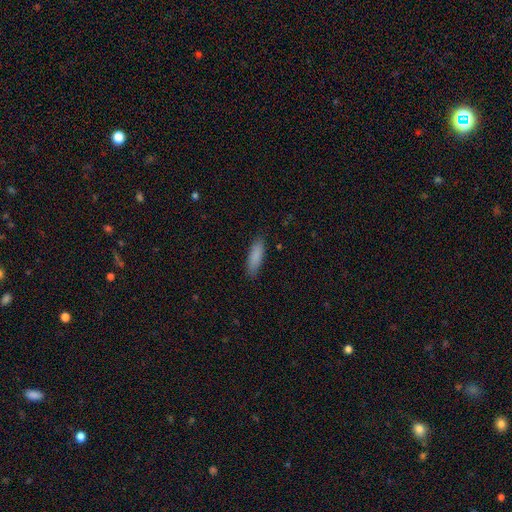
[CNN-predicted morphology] Smooth or featured: smooth — 87% (featured or disk — 7%)
How rounded: cigar-shaped — 55% (in between — 44%)
Merging: none — 86% (minor disturbance — 11%)